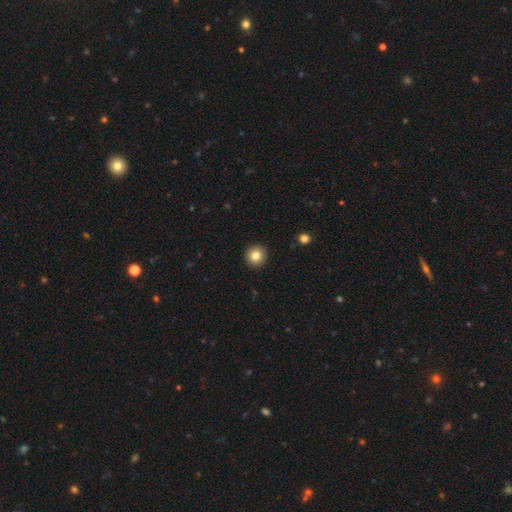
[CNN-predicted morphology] The model was most divided on "smooth or featured": smooth: 82%, star or artifact: 10%, featured or disk: 8%. More confident: how rounded — round (94%); merging — none (93%).